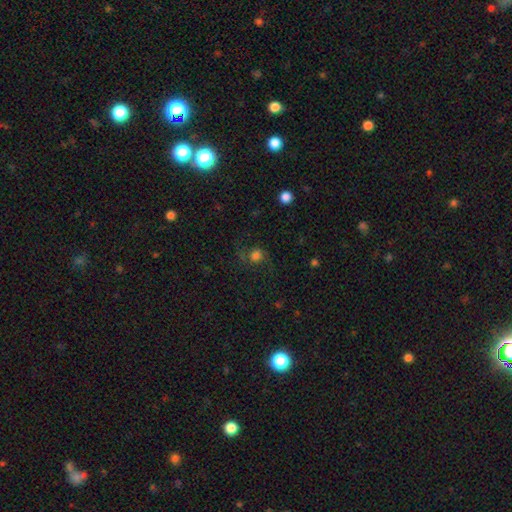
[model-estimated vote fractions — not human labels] Morphology: type=smooth (55%); roundness=round (83%); merging=none (65%).